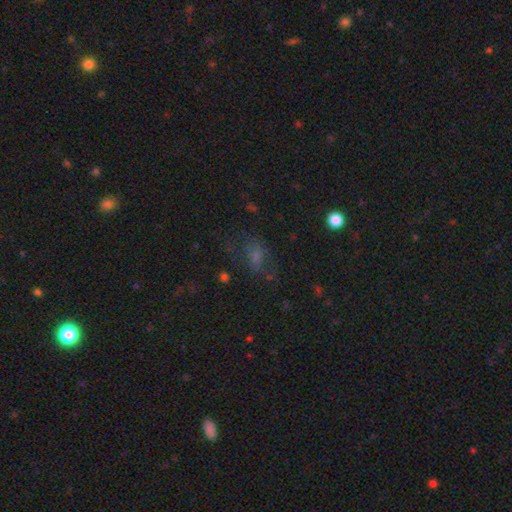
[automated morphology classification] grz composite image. It shows a smooth galaxy with no disk features (56%) that is in between round and cigar-shaped (78%). Merging: none (52%).